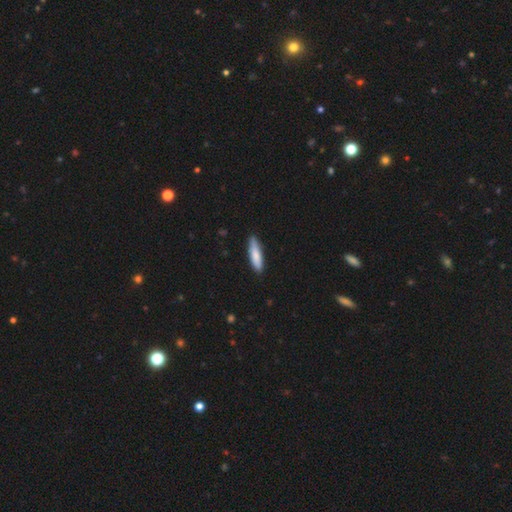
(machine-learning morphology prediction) smooth 81%, featured or disk 14%, star or artifact 5%. Down the decision tree: how rounded — cigar-shaped (71%); merging — none (86%).